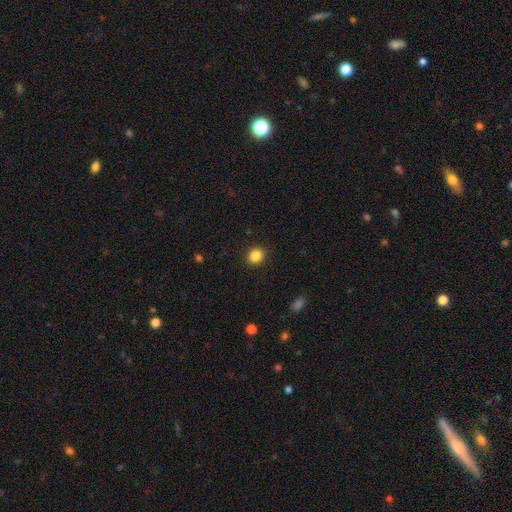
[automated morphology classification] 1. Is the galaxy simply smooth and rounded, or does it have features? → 86% smooth, 10% star or artifact, 4% featured or disk.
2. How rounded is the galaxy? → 80% round, 19% in between, 1% cigar-shaped.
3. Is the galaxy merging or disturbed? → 91% none, 6% minor disturbance, 2% major disturbance, 1% merger.